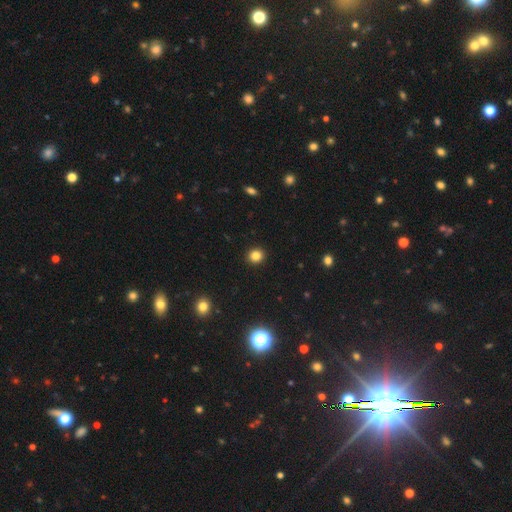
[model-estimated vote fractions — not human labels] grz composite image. It shows a smooth galaxy with no disk features (83%) that is round (83%). Merging: none (92%).